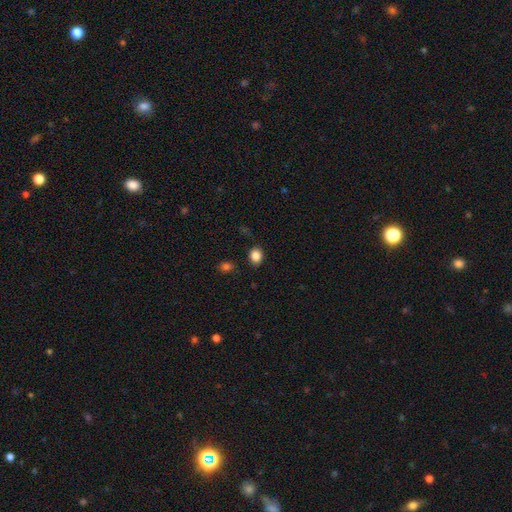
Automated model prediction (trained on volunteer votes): Smooth or featured? Predicted: smooth (p=0.85). How rounded? Predicted: round (p=0.62). Merging? Predicted: none (p=0.84).